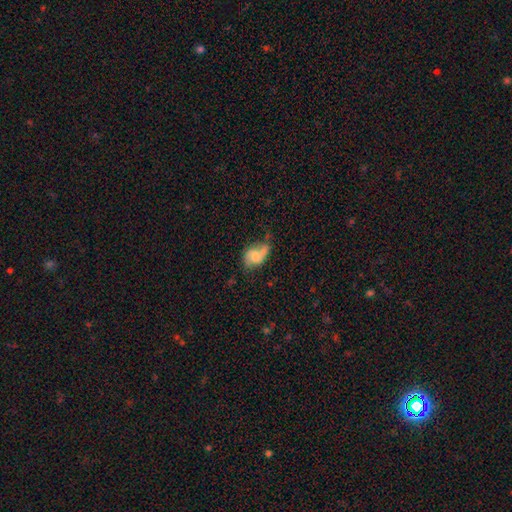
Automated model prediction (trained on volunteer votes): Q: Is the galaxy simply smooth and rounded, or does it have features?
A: featured or disk — 48%.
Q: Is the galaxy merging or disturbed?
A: none — 37%.